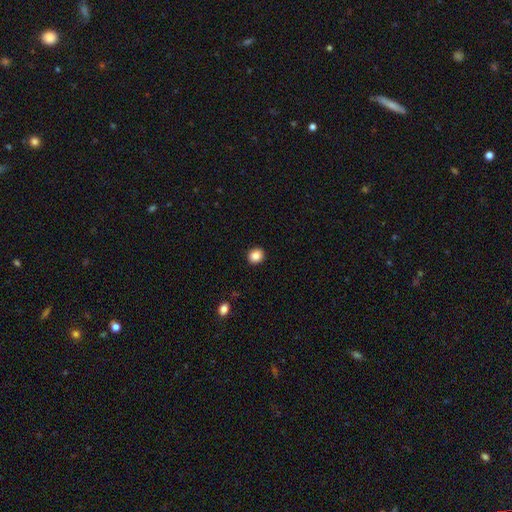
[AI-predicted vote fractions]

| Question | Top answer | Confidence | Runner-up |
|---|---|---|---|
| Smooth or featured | smooth | 86% | star or artifact (10%) |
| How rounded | round | 79% | in between (20%) |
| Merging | none | 92% | minor disturbance (5%) |